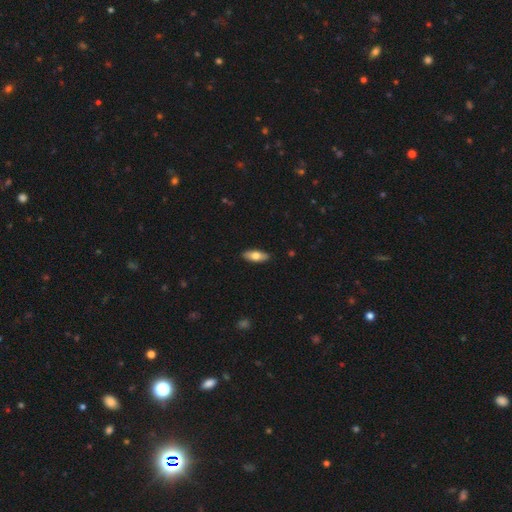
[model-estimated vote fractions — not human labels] This is likely a smooth galaxy (71%). How rounded: likely in between (72%). Merging: clearly none (89%).